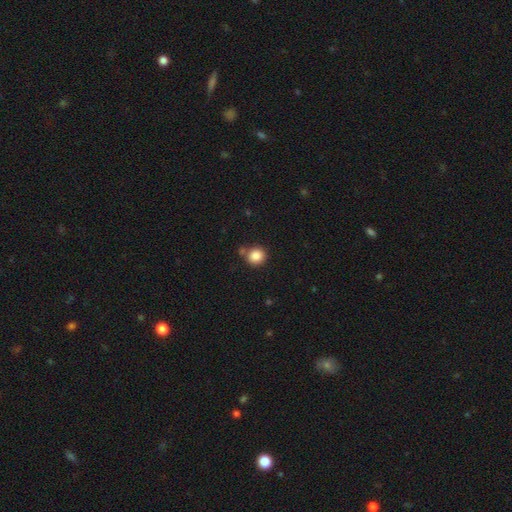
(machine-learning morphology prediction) type=smooth (86%); roundness=round (89%); merging=none (73%).